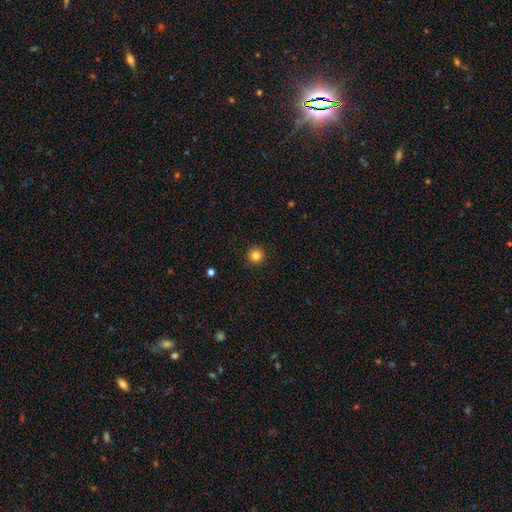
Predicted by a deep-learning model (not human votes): Q: Smooth or featured?
A: smooth (83%); runner-up: star or artifact (12%)
Q: How rounded?
A: round (96%); runner-up: in between (3%)
Q: Merging?
A: none (93%); runner-up: minor disturbance (5%)